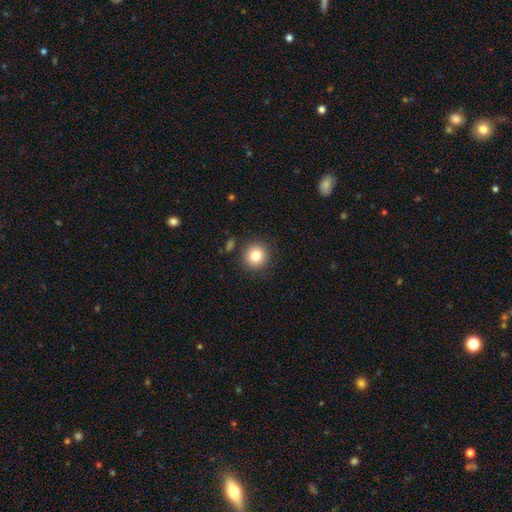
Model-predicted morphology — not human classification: smooth_or_featured: smooth (p=0.84) [alt: star or artifact p=0.10]
how_rounded: round (p=0.90) [alt: in between p=0.09]
merging: none (p=0.87) [alt: minor disturbance p=0.08]